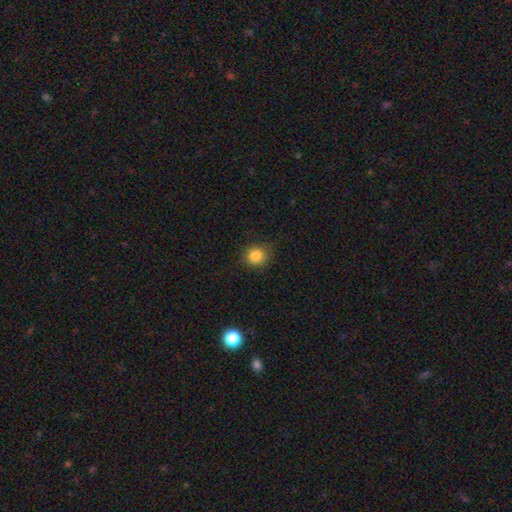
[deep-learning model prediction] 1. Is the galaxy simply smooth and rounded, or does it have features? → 84% smooth, 11% star or artifact, 5% featured or disk.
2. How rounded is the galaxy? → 85% round, 14% in between, 1% cigar-shaped.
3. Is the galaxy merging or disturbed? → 84% none, 12% minor disturbance, 3% major disturbance, 1% merger.